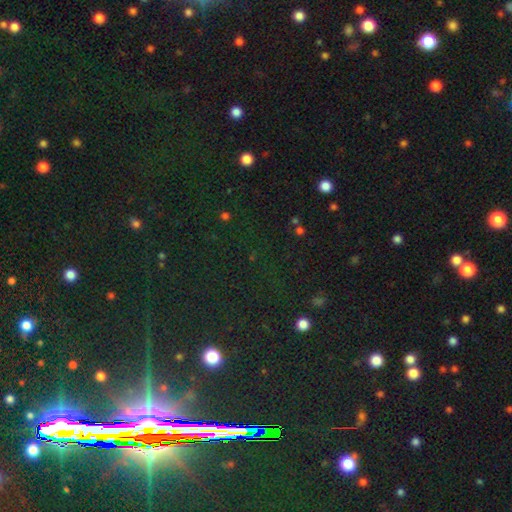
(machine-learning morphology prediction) This is likely a star or artifact rather than a galaxy (77%).